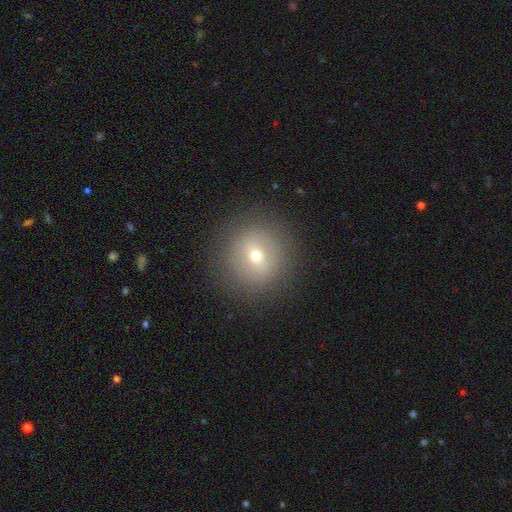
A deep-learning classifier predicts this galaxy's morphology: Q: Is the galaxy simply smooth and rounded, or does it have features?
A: smooth — 59%.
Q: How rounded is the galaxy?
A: round — 94%.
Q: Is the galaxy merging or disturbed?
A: none — 89%.